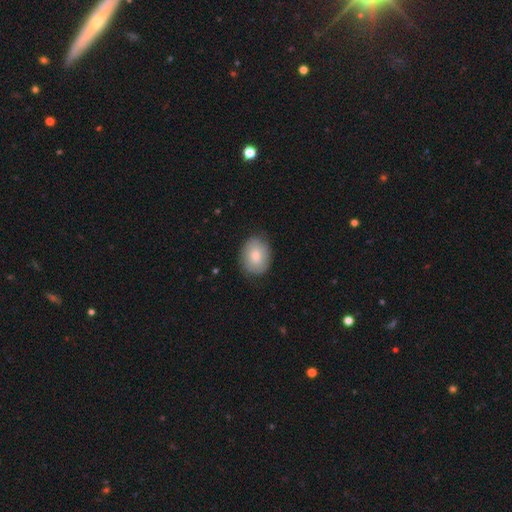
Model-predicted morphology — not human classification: Smooth or featured? Predicted: smooth (p=0.74). How rounded? Predicted: in between (p=0.59). Merging? Predicted: none (p=0.81).